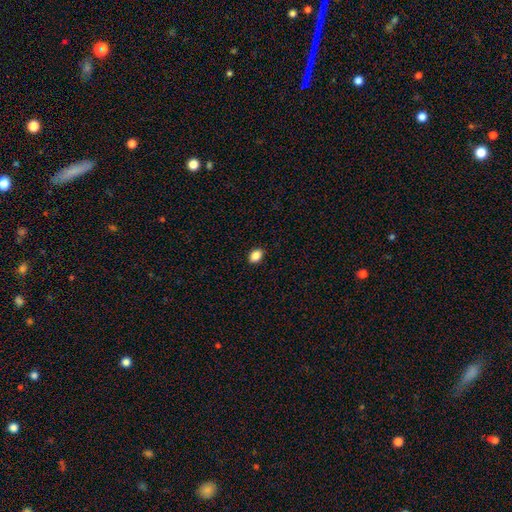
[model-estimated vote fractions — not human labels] Q: Smooth or featured?
A: smooth (87%); runner-up: star or artifact (9%)
Q: How rounded?
A: in between (73%); runner-up: round (26%)
Q: Merging?
A: none (90%); runner-up: minor disturbance (7%)